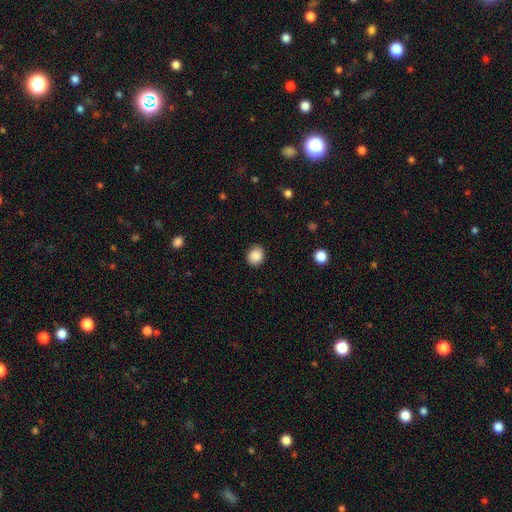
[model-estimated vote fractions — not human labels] Q: Smooth or featured?
A: smooth (88%); runner-up: star or artifact (8%)
Q: How rounded?
A: round (71%); runner-up: in between (28%)
Q: Merging?
A: none (87%); runner-up: minor disturbance (10%)